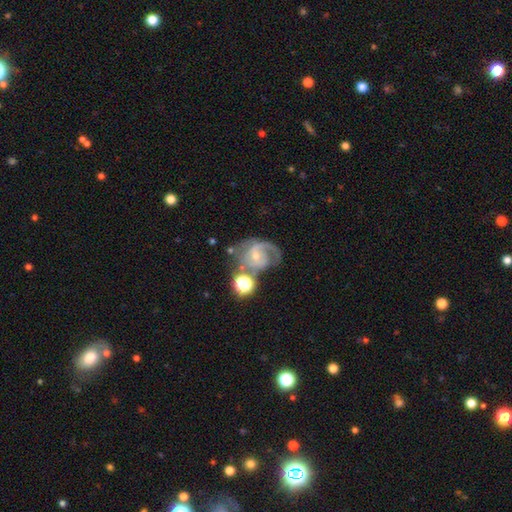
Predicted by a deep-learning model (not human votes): Q: Smooth or featured?
A: featured or disk (79%); runner-up: smooth (13%)
Q: Edge-on disk?
A: no (98%); runner-up: yes (2%)
Q: Bar?
A: no (59%); runner-up: weak (33%)
Q: Spiral arms?
A: yes (92%); runner-up: no (8%)
Q: Spiral winding?
A: medium (47%); runner-up: tight (30%)
Q: Spiral arm count?
A: 2 (47%); runner-up: 1 (35%)
Q: Bulge size?
A: small (59%); runner-up: moderate (35%)
Q: Merging?
A: none (41%); runner-up: major disturbance (24%)